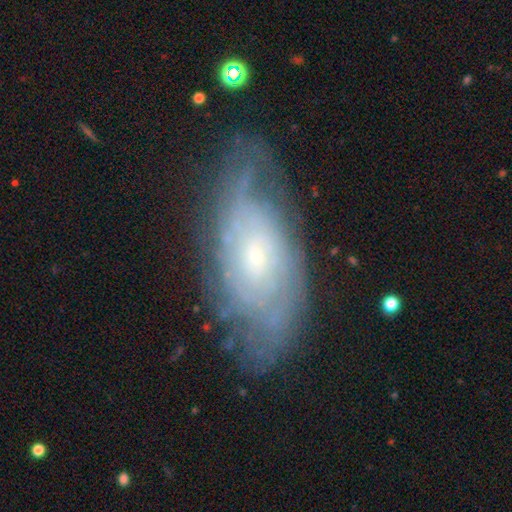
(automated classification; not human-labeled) smooth-or-featured: featured or disk: 74% | smooth: 19% | star or artifact: 7%
  disk-edge-on: no: 91% | yes: 9%
    bar: no: 74% | weak: 22% | strong: 4%
    has-spiral-arms: yes: 87% | no: 13%
      spiral-winding: tight: 67% | medium: 24% | loose: 9%
      spiral-arm-count: can't tell: 58% | 2: 18% | 3: 8% | 4: 7% | more than 4: 5% | 1: 4%
    bulge-size: small: 71% | moderate: 23% | none: 3% | large: 2% | dominant: 1%
  merging: none: 71% | minor disturbance: 20% | major disturbance: 8% | merger: 2%